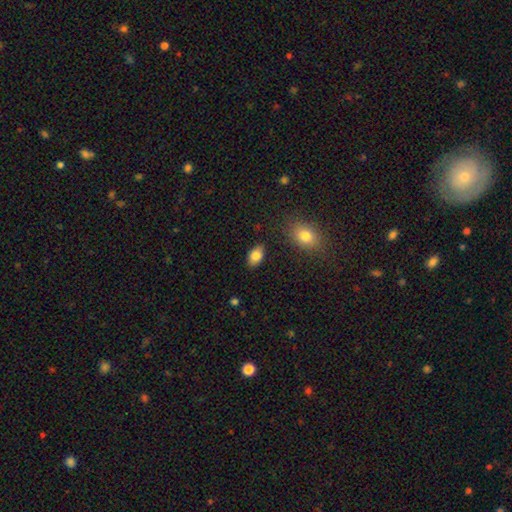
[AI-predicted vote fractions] Smooth or featured? smooth (84%)
How rounded? in between (90%)
Merging? none (86%)